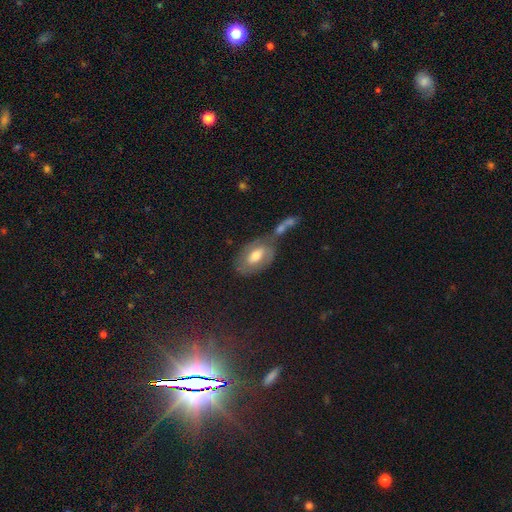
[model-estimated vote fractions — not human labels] Smooth or featured? Predicted: smooth (p=0.48). Merging? Predicted: none (p=0.40).